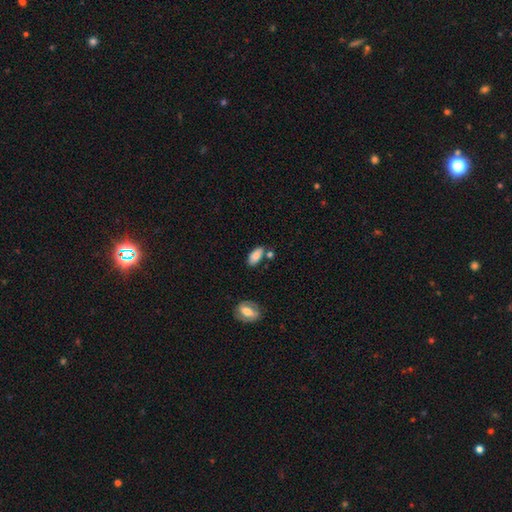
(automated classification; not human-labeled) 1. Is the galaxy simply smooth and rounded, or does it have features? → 82% smooth, 11% featured or disk, 7% star or artifact.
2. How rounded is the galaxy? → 90% in between, 7% cigar-shaped, 3% round.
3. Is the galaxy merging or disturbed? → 64% none, 18% minor disturbance, 13% merger, 5% major disturbance.